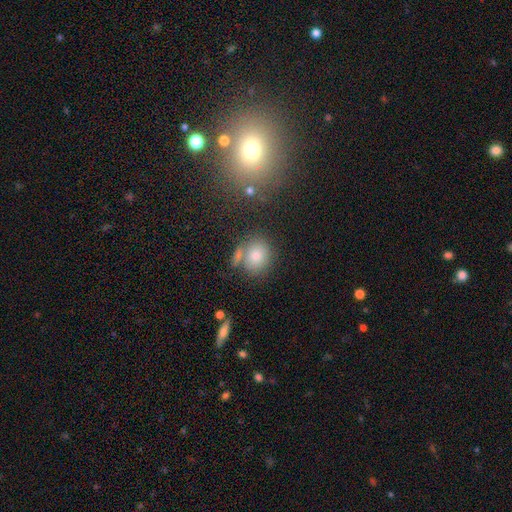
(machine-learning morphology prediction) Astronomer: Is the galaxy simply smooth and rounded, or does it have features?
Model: smooth — 79%.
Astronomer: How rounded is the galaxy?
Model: round — 68%.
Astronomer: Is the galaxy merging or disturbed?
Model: none — 60%.